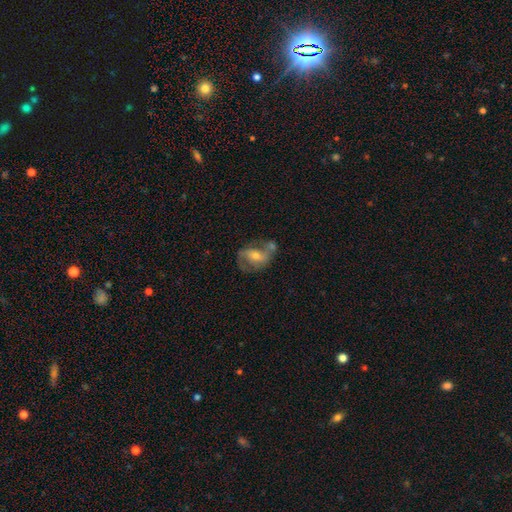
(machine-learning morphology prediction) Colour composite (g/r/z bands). It shows a featured or disk galaxy (72%) with a weak bar (40%), 2 (80%) medium (48%) spiral arms (84%) and a moderate central bulge (54%). Merging: none (46%).